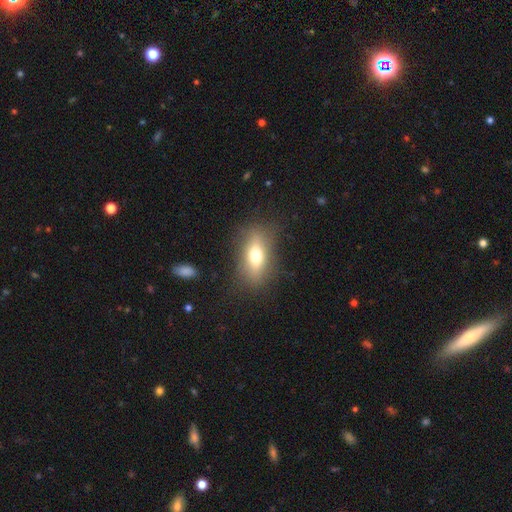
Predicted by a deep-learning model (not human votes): smooth-or-featured: smooth: 67% | featured or disk: 24% | star or artifact: 9%
  how-rounded: in between: 76% | cigar-shaped: 16% | round: 8%
  merging: none: 79% | minor disturbance: 13% | major disturbance: 6% | merger: 2%